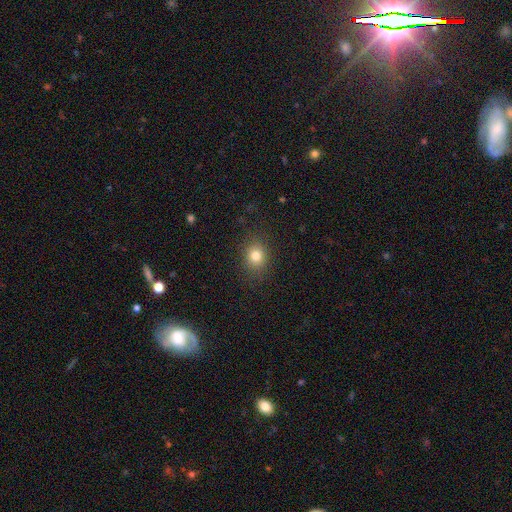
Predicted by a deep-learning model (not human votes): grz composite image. It shows a smooth galaxy with no disk features (80%) that is round (69%). Merging: none (87%).